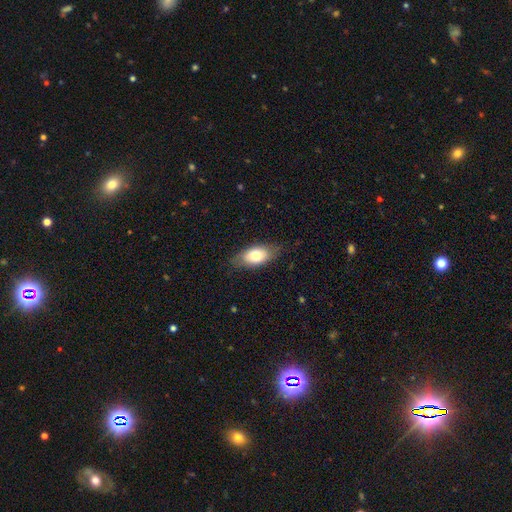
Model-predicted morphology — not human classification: The model was most divided on "smooth or featured": smooth: 72%, featured or disk: 21%, star or artifact: 7%. More confident: how rounded — in between (88%); merging — none (76%).